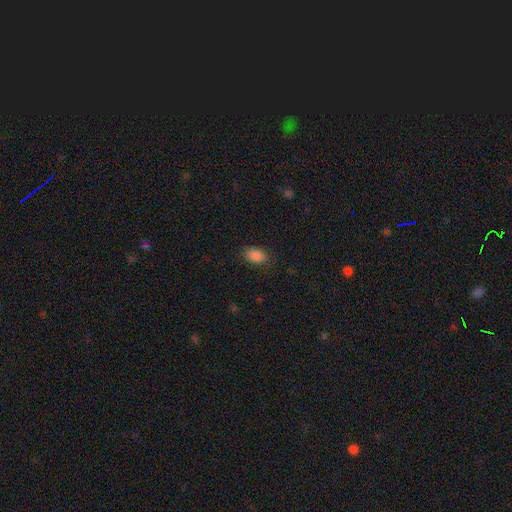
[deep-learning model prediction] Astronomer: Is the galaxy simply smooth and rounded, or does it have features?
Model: smooth — 87%.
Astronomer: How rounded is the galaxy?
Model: in between — 86%.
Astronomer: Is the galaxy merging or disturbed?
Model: none — 84%.